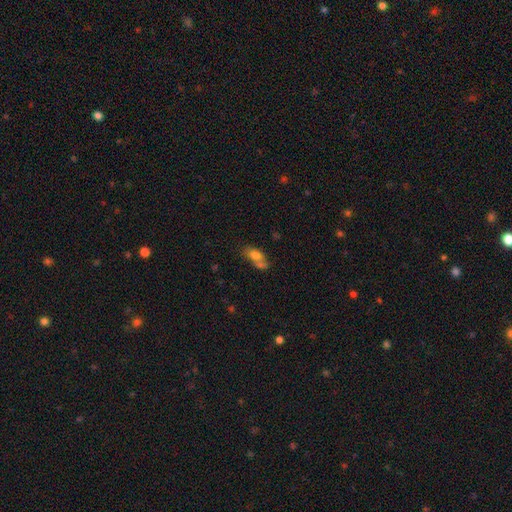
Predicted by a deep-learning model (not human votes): Smooth or featured? Predicted: smooth (p=0.72). How rounded? Predicted: in between (p=0.83). Merging? Predicted: merger (p=0.38).